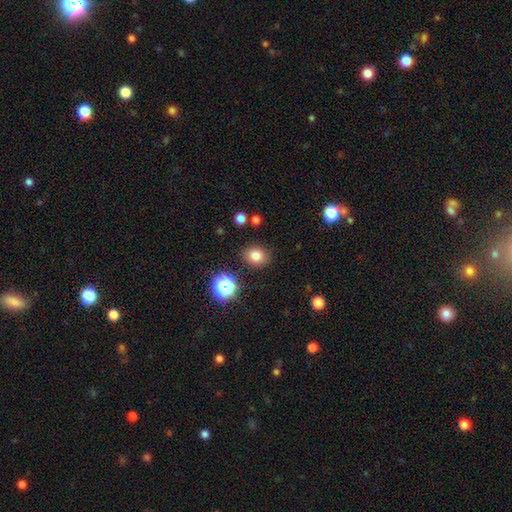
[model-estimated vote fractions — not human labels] Smooth or featured: smooth — 80% (star or artifact — 14%)
How rounded: round — 59% (in between — 40%)
Merging: none — 86% (minor disturbance — 9%)